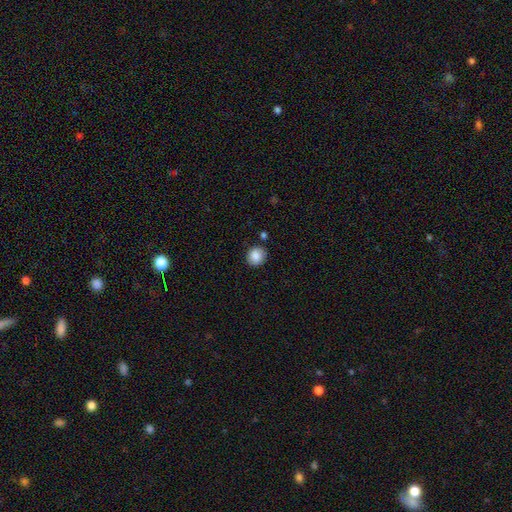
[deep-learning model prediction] This is clearly a smooth galaxy (86%). How rounded: clearly round (81%). Merging: clearly none (84%).